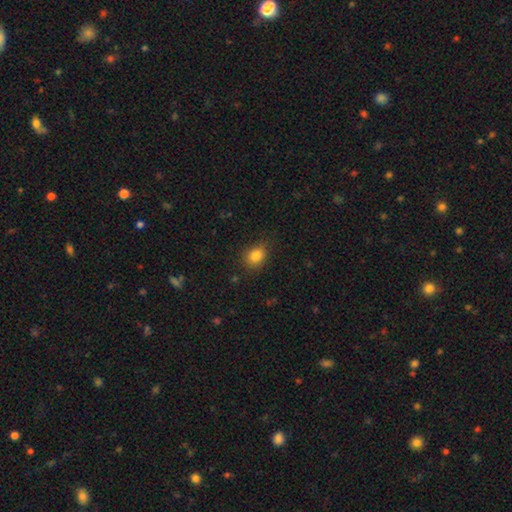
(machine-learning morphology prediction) Smooth or featured?
  - smooth: 84% *
  - star or artifact: 11%
  - featured or disk: 5%
How rounded?
  - round: 50% *
  - in between: 49%
  - cigar-shaped: 1%
Merging?
  - none: 80% *
  - minor disturbance: 15%
  - major disturbance: 4%
  - merger: 1%